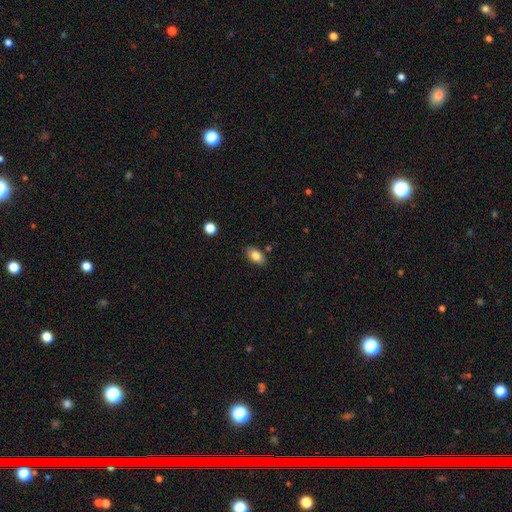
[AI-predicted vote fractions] A smooth galaxy with no disk features (83%) that is in between round and cigar-shaped (91%).

Vote fractions:
- Smooth or featured? smooth: 83% / featured or disk: 9% / star or artifact: 8%
- How rounded? in between: 91% / round: 6% / cigar-shaped: 3%
- Merging? none: 83% / minor disturbance: 12% / merger: 3% / major disturbance: 2%